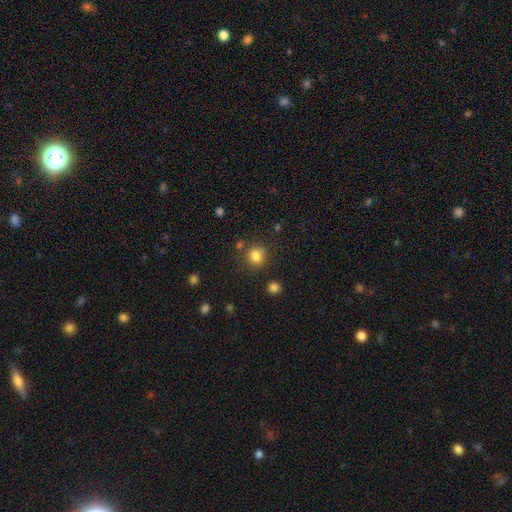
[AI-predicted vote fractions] This is clearly a smooth galaxy (83%). How rounded: clearly round (87%). Merging: likely none (79%).